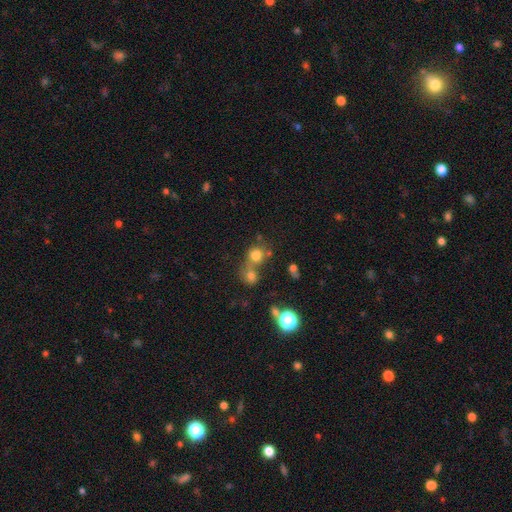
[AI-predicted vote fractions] This appears to be a smooth galaxy with no disk features (73%) that is round (79%). Merging: merger (49%).